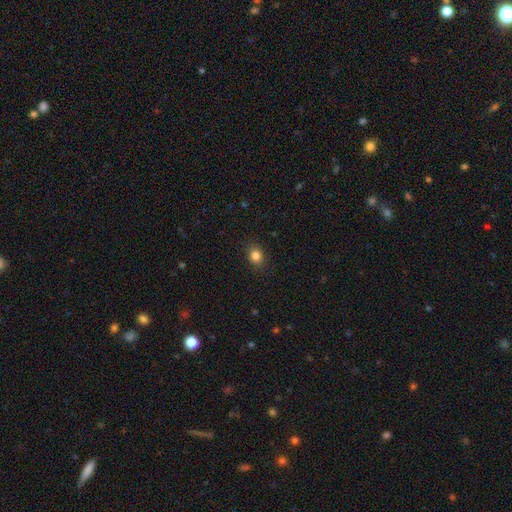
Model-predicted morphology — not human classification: smooth 83%, star or artifact 12%, featured or disk 5%. Down the decision tree: how rounded — round (60%); merging — none (88%).